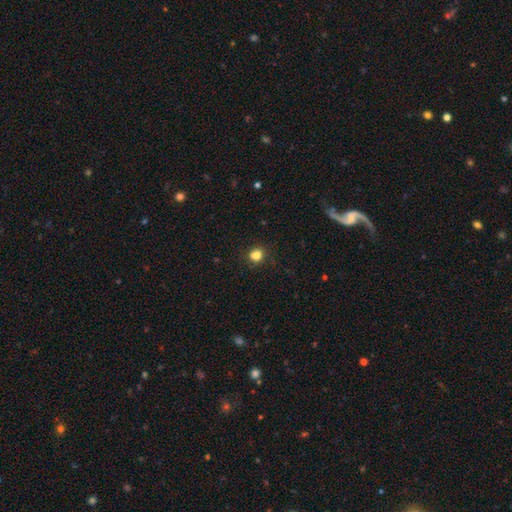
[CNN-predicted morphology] This is likely a smooth galaxy (80%). How rounded: likely round (69%). Merging: likely none (63%).